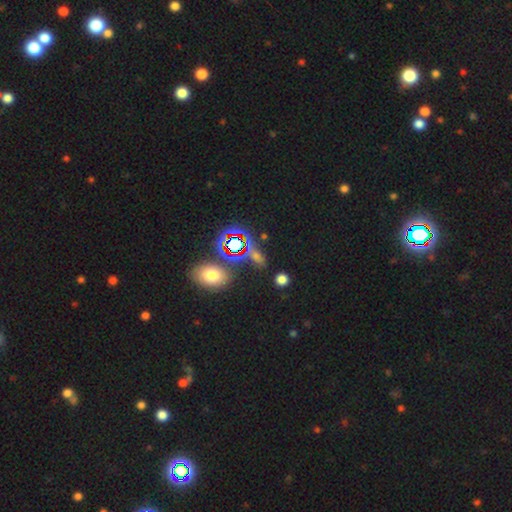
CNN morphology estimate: Smooth or featured? Predicted: star or artifact (p=0.52).